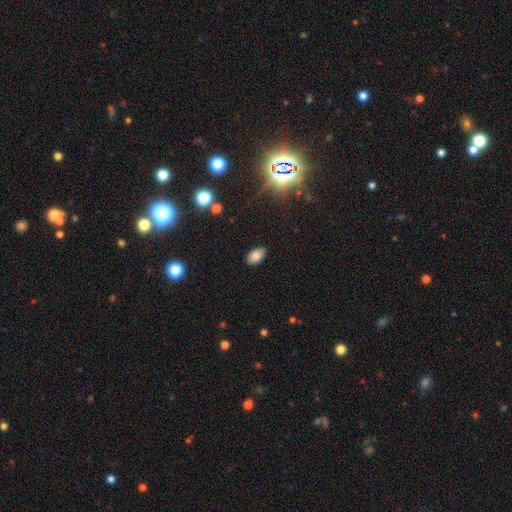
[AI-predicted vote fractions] Smooth or featured?
  - smooth: 81% *
  - star or artifact: 12%
  - featured or disk: 8%
How rounded?
  - in between: 92% *
  - round: 6%
  - cigar-shaped: 1%
Merging?
  - none: 86% *
  - minor disturbance: 10%
  - major disturbance: 2%
  - merger: 1%